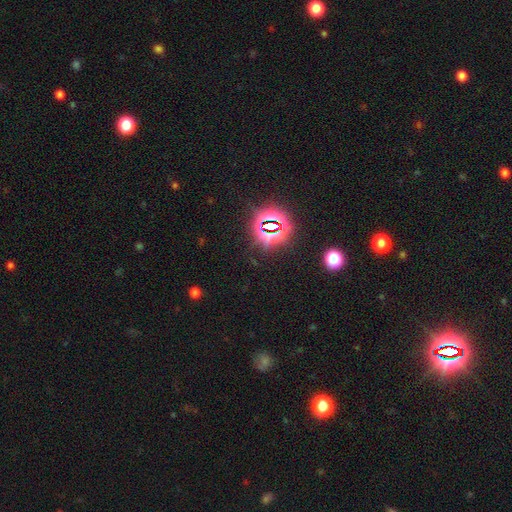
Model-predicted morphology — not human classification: star or artifact 80%, smooth 13%, featured or disk 7%.